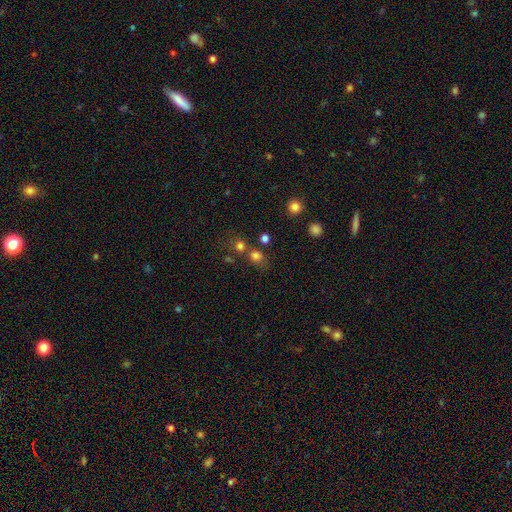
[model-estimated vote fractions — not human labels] Smooth or featured: smooth — 74% (star or artifact — 19%)
How rounded: round — 71% (in between — 28%)
Merging: none — 60% (merger — 22%)